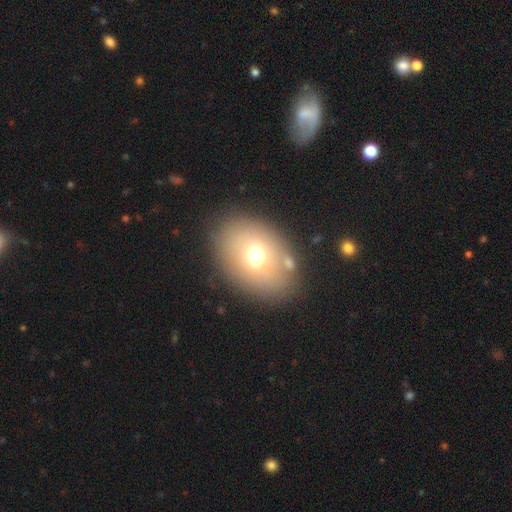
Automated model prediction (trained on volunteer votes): A smooth galaxy with no disk features (61%) that is in between round and cigar-shaped (67%). Merging: none (77%).